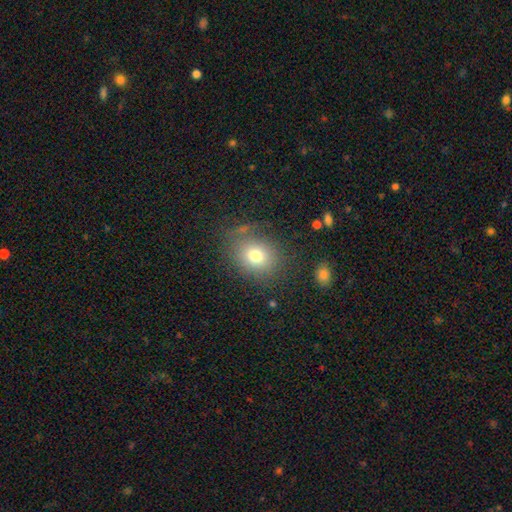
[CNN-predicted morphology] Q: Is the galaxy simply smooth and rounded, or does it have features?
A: smooth — 77%.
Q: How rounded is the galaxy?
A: round — 53%.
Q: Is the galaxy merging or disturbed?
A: none — 75%.